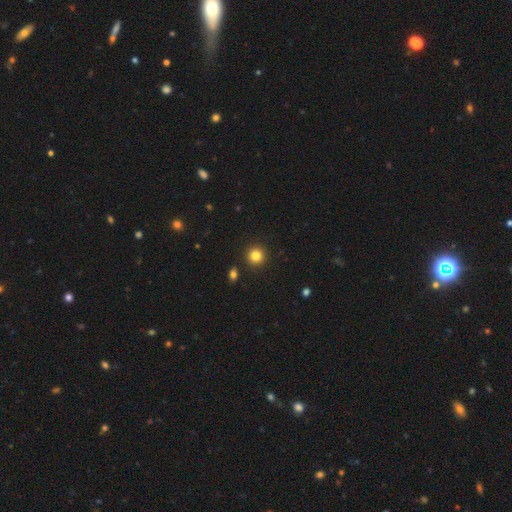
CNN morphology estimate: This is clearly a smooth galaxy (83%). How rounded: clearly round (94%). Merging: clearly none (91%).